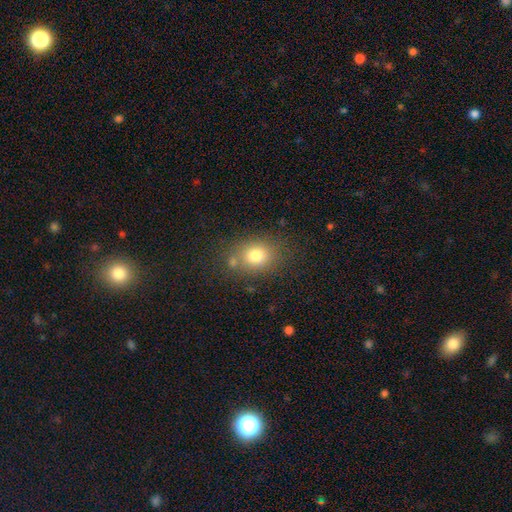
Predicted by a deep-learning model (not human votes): This appears to be a smooth galaxy with no disk features (77%) that is round (51%). Merging: none (71%).